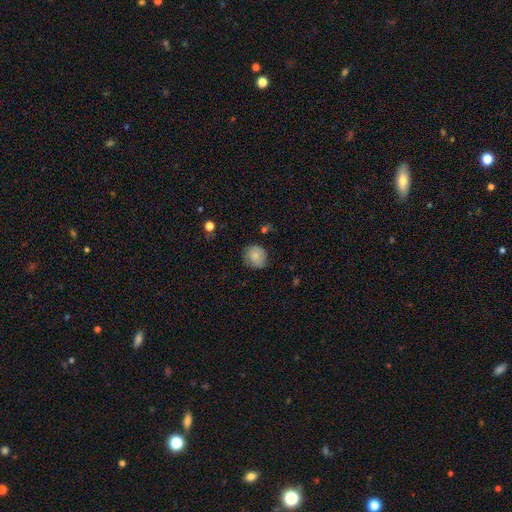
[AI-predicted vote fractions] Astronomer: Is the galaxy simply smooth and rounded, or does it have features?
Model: smooth — 80%.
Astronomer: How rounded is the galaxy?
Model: round — 81%.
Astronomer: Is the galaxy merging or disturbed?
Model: none — 72%.